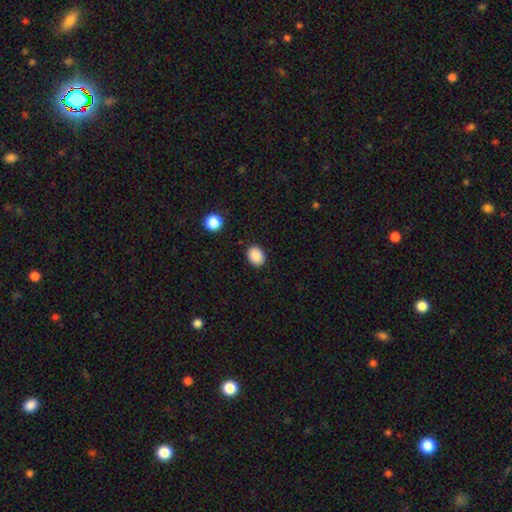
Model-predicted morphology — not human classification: Smooth or featured?
  - smooth: 89% *
  - star or artifact: 9%
  - featured or disk: 3%
How rounded?
  - in between: 58% *
  - round: 41%
  - cigar-shaped: 1%
Merging?
  - none: 89% *
  - minor disturbance: 8%
  - major disturbance: 2%
  - merger: 1%